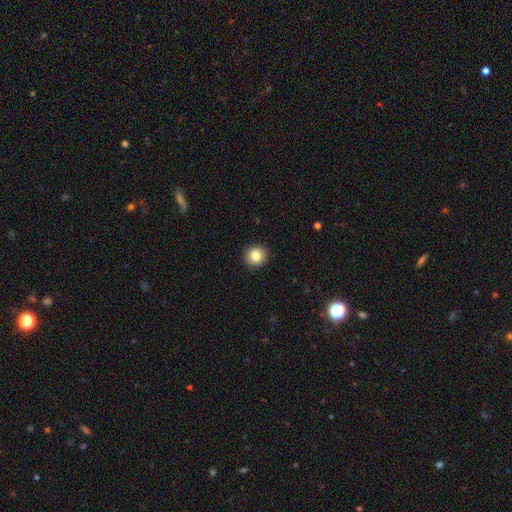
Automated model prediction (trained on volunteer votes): Smooth or featured: smooth — 83% (star or artifact — 9%)
How rounded: round — 85% (in between — 14%)
Merging: none — 92% (minor disturbance — 6%)